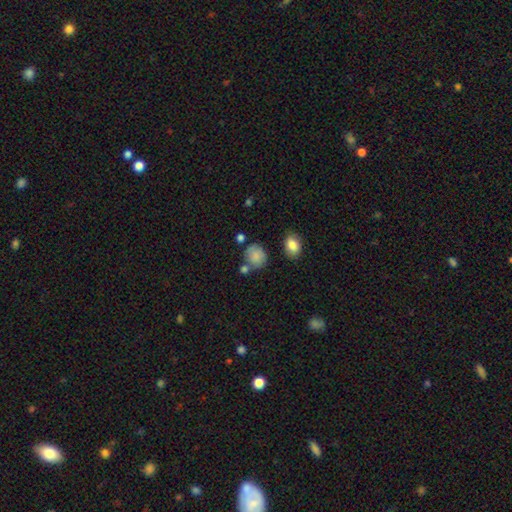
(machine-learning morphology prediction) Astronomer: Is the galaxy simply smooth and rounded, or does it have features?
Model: smooth — 82%.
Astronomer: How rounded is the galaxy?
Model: round — 72%.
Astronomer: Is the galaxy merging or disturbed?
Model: none — 60%.